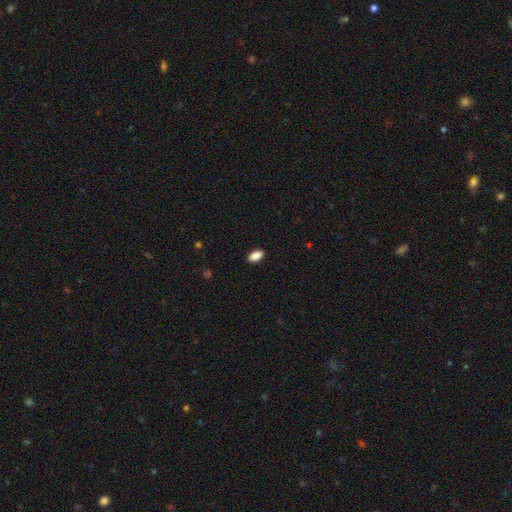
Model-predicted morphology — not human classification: A smooth galaxy with no disk features (89%) that is in between round and cigar-shaped (92%). Merging: none (89%).